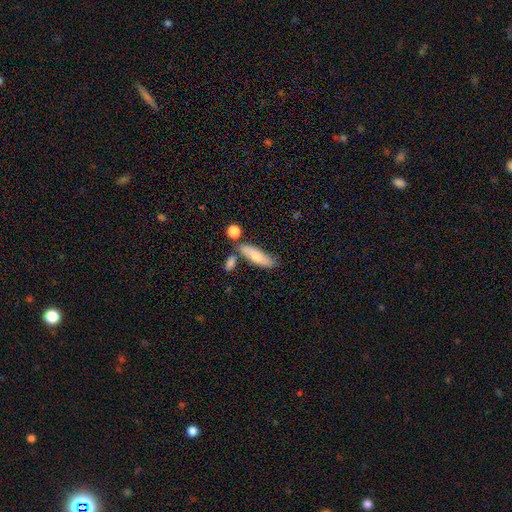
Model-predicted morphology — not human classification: smooth-or-featured: smooth: 74% | featured or disk: 20% | star or artifact: 6%
  how-rounded: cigar-shaped: 54% | in between: 44% | round: 3%
  merging: none: 62% | merger: 17% | minor disturbance: 17% | major disturbance: 5%